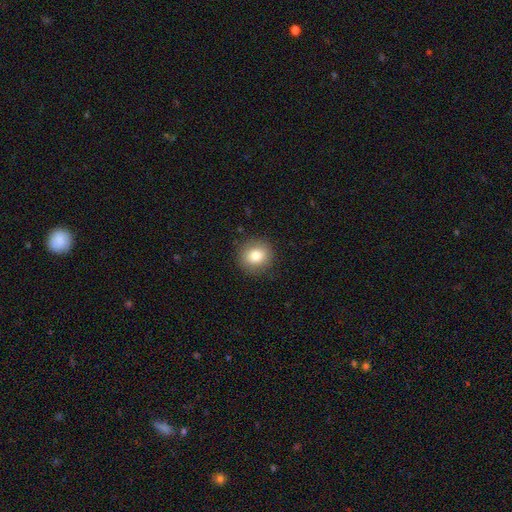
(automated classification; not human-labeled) smooth_or_featured: smooth (p=0.82) [alt: star or artifact p=0.09]
how_rounded: round (p=0.85) [alt: in between p=0.14]
merging: none (p=0.89) [alt: minor disturbance p=0.08]